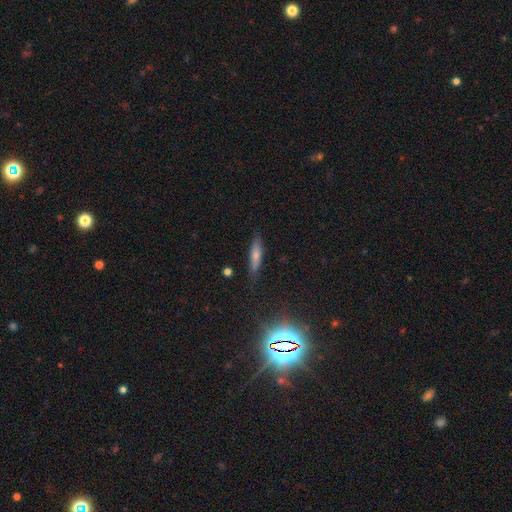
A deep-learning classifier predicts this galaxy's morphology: Overall: smooth (66%). How rounded: cigar-shaped (74%). Merging: none (82%).